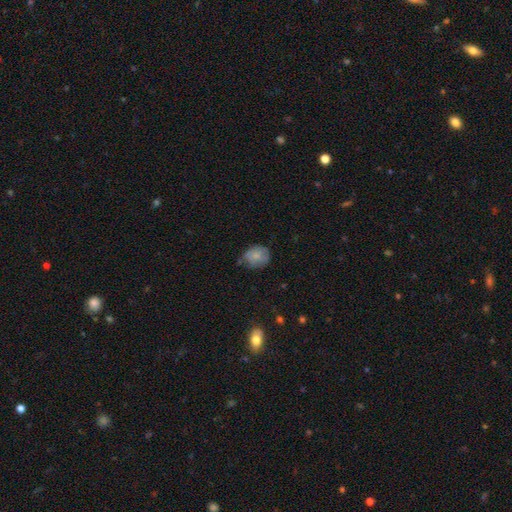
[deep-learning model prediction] Smooth or featured? Predicted: smooth (p=0.78). How rounded? Predicted: round (p=0.66). Merging? Predicted: none (p=0.63).